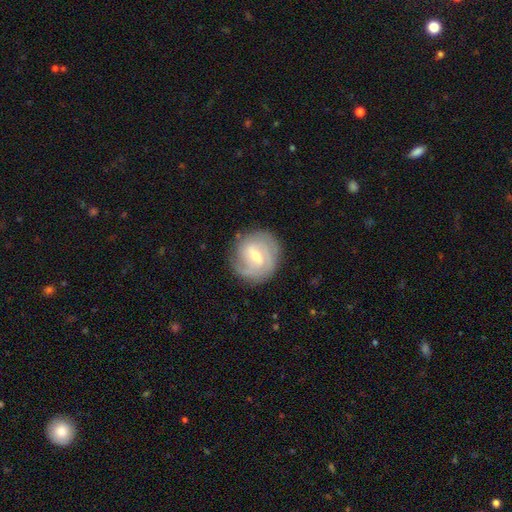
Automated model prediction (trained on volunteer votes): A featured or disk galaxy (75%) with a weak bar (61%), 2 (34%) tight (58%) spiral arms (91%) and a moderate central bulge (56%).

Vote fractions:
- Smooth or featured? featured or disk: 75% / smooth: 20% / star or artifact: 6%
- Edge-on disk? no: 97% / yes: 3%
- Bar? weak: 61% / no: 20% / strong: 19%
- Spiral arms? yes: 91% / no: 9%
- Spiral winding? tight: 58% / medium: 31% / loose: 11%
- Spiral arm count? 2: 34% / can't tell: 33% / 3: 18% / 4: 6% / 1: 6% / more than 4: 4%
- Bulge size? moderate: 56% / small: 39% / large: 3% / none: 1% / dominant: 1%
- Merging? none: 80% / minor disturbance: 14% / major disturbance: 5% / merger: 1%